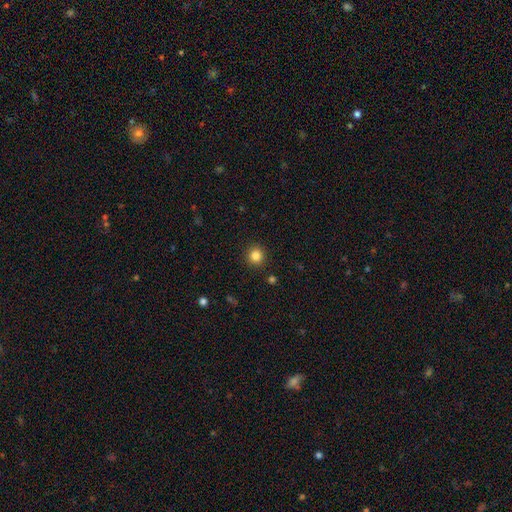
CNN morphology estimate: smooth-or-featured: smooth: 84% | star or artifact: 12% | featured or disk: 5%
  how-rounded: round: 94% | in between: 5% | cigar-shaped: 1%
  merging: none: 92% | minor disturbance: 5% | major disturbance: 2% | merger: 1%